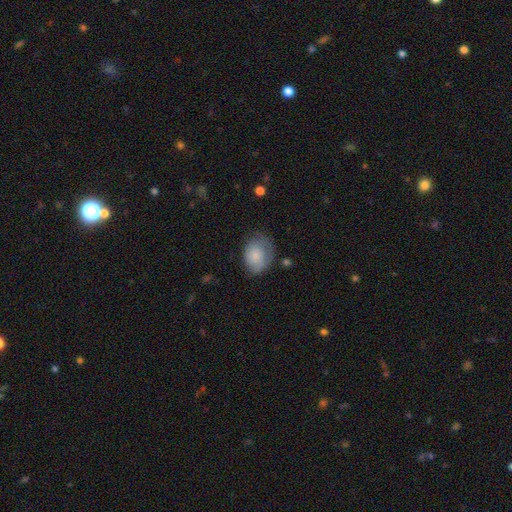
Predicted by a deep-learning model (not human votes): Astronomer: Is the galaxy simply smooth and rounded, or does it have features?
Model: smooth — 75%.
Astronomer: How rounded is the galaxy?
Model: in between — 58% (runner-up: round, 41%).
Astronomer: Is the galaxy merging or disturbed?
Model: none — 53% (runner-up: minor disturbance, 31%).